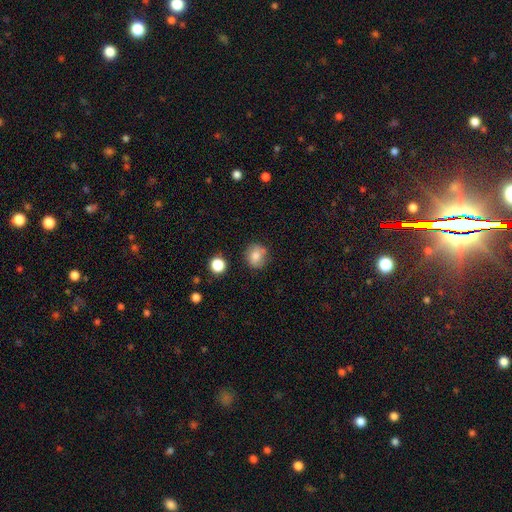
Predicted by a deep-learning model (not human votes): Smooth or featured: smooth — 80% (star or artifact — 10%)
How rounded: round — 80% (in between — 19%)
Merging: none — 75% (minor disturbance — 17%)